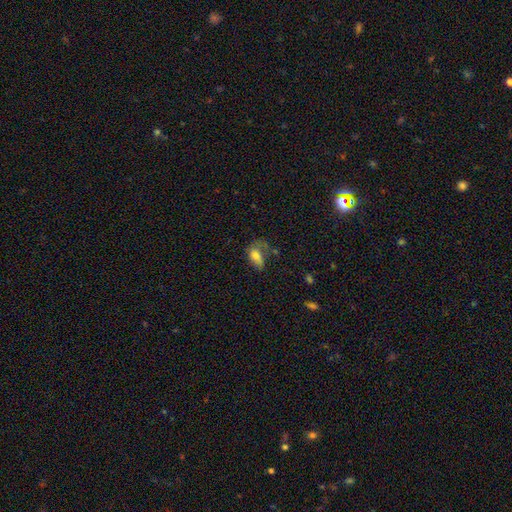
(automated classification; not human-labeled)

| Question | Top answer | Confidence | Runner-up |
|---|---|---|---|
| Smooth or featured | smooth | 66% | featured or disk (24%) |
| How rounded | in between | 87% | round (10%) |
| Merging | major disturbance | 40% | none (28%) |